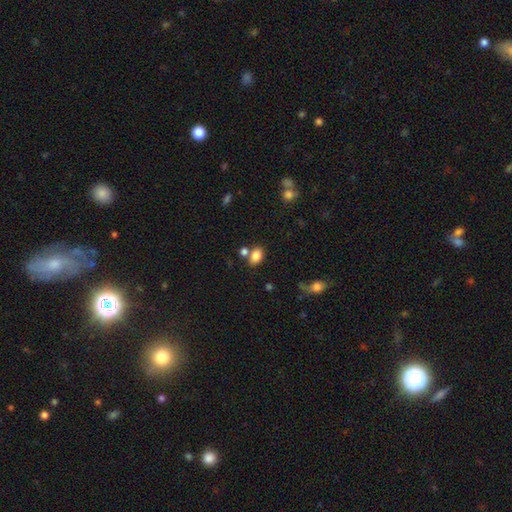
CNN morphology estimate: A smooth galaxy with no disk features (83%) that is in between round and cigar-shaped (84%).

Vote fractions:
- Smooth or featured? smooth: 83% / star or artifact: 10% / featured or disk: 7%
- How rounded? in between: 84% / round: 15% / cigar-shaped: 1%
- Merging? none: 62% / merger: 22% / minor disturbance: 12% / major disturbance: 4%